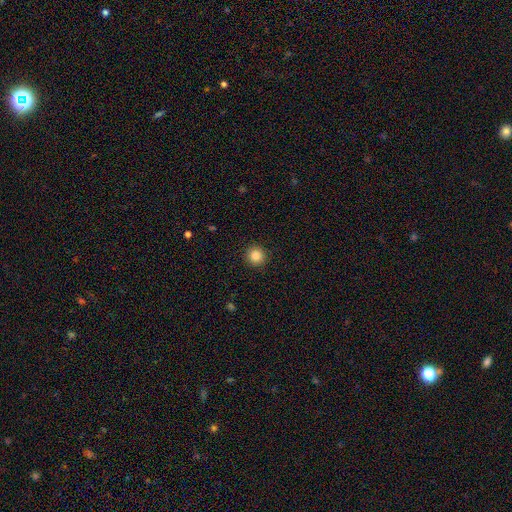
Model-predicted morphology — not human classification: This is clearly a smooth galaxy (85%). How rounded: clearly round (95%). Merging: clearly none (92%).